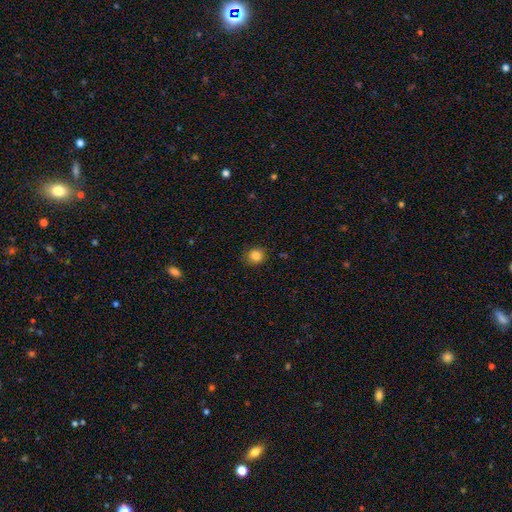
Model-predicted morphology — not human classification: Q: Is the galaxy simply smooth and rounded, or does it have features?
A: smooth — 84%.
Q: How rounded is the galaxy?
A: round — 85%.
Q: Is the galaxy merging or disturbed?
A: none — 83%.